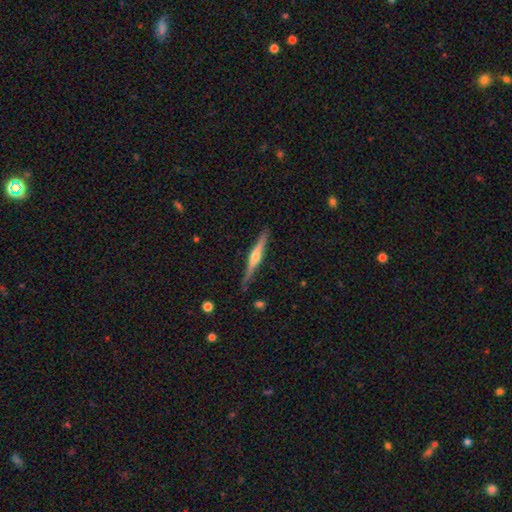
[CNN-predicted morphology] Smooth or featured? Predicted: featured or disk (p=0.76). Edge-on disk? Predicted: yes (p=0.98). Edge-on bulge? Predicted: rounded (p=0.87). Merging? Predicted: none (p=0.88).